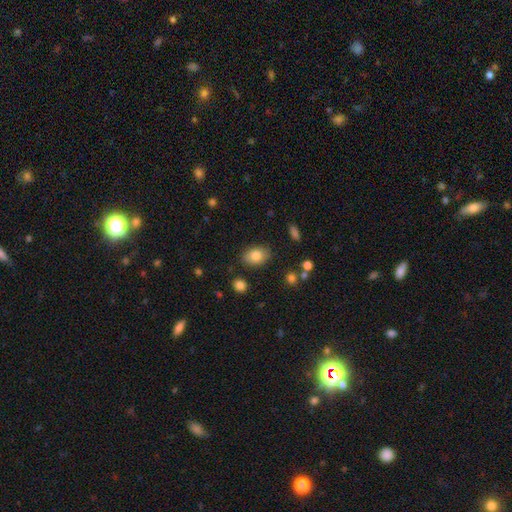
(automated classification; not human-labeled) smooth-or-featured: smooth: 82% | featured or disk: 10% | star or artifact: 8%
  how-rounded: in between: 80% | round: 19% | cigar-shaped: 1%
  merging: none: 83% | minor disturbance: 12% | major disturbance: 3% | merger: 2%